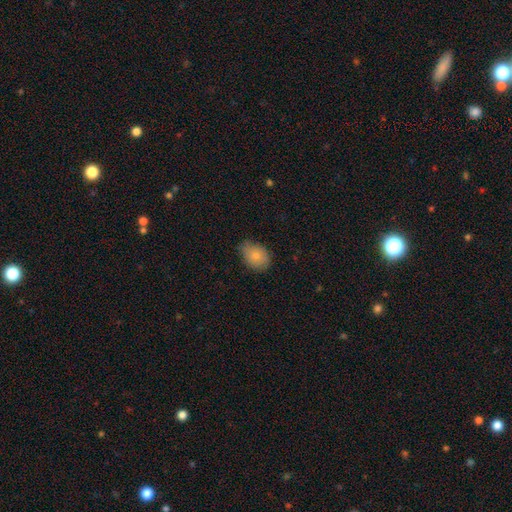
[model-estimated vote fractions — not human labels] smooth 82%, featured or disk 11%, star or artifact 8%. Down the decision tree: how rounded — in between (71%); merging — none (68%).